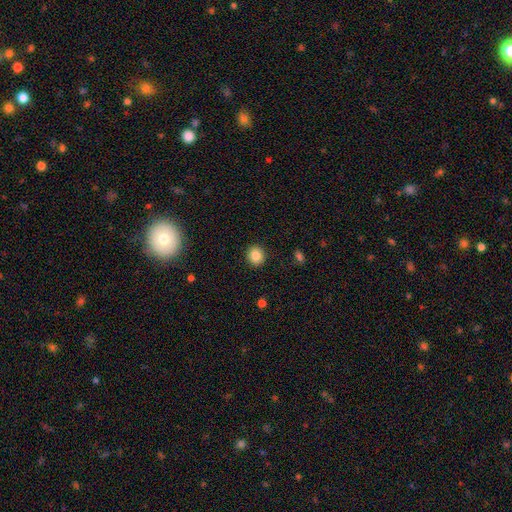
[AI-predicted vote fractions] Smooth or featured: smooth — 85% (star or artifact — 10%)
How rounded: round — 88% (in between — 11%)
Merging: none — 91% (minor disturbance — 6%)